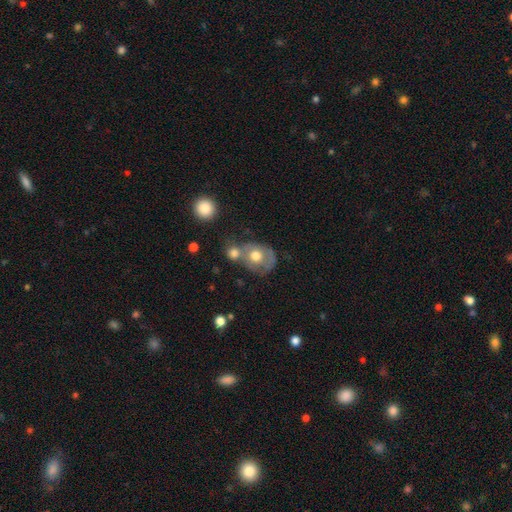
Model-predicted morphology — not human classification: This is likely a smooth galaxy (60%). How rounded: likely round (62%). Merging: marginally merger (44%).